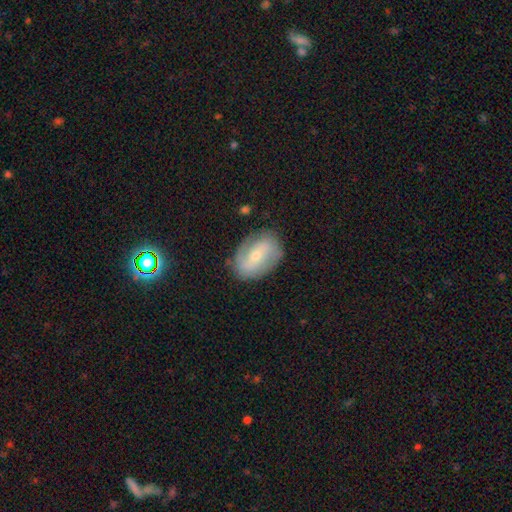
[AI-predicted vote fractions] This is likely a featured or disk galaxy (65%). It is clearly not viewed edge-on (94%). Bar: marginally weak (38%). Spiral arm pattern: likely yes (76%). Central bulge: possibly small (59%). Merging: likely none (79%).